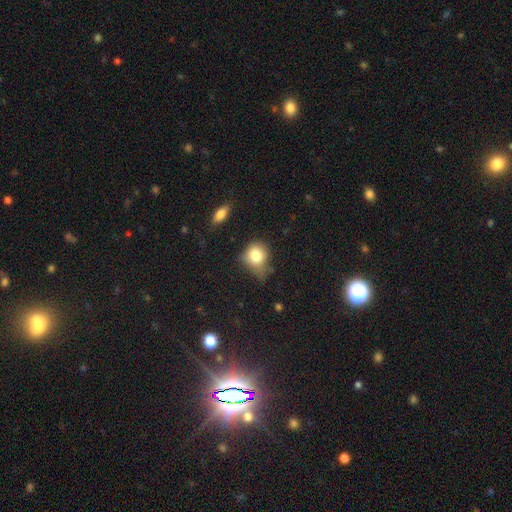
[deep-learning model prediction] Morphology: type=smooth (79%); roundness=round (61%); merging=minor disturbance (40%).